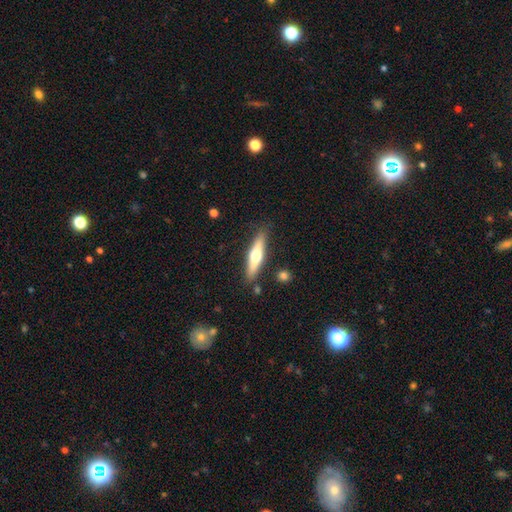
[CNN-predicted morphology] This appears to be a featured or disk galaxy (50%). Merging: none (85%).